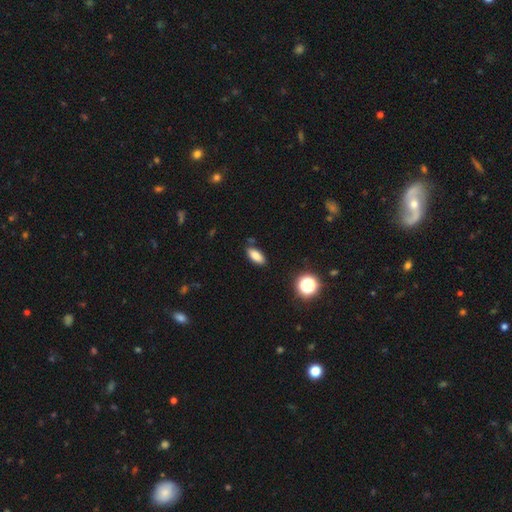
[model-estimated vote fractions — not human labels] This is clearly a smooth galaxy (83%). How rounded: clearly in between (82%). Merging: clearly none (84%).